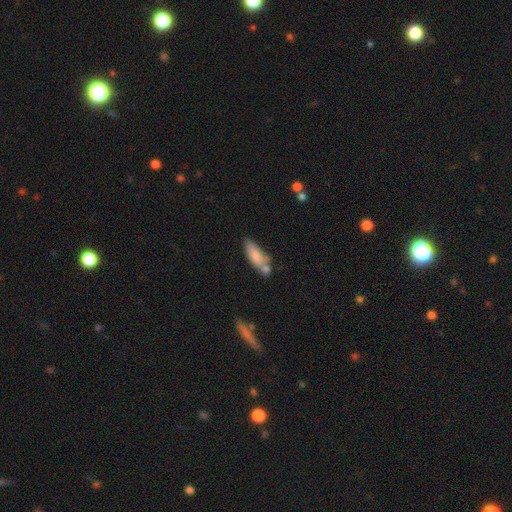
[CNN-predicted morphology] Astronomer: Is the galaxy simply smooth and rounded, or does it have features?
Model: smooth — 80%.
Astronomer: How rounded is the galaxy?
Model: in between — 60% (runner-up: cigar-shaped, 38%).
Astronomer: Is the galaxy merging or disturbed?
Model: none — 49% (runner-up: merger, 24%).